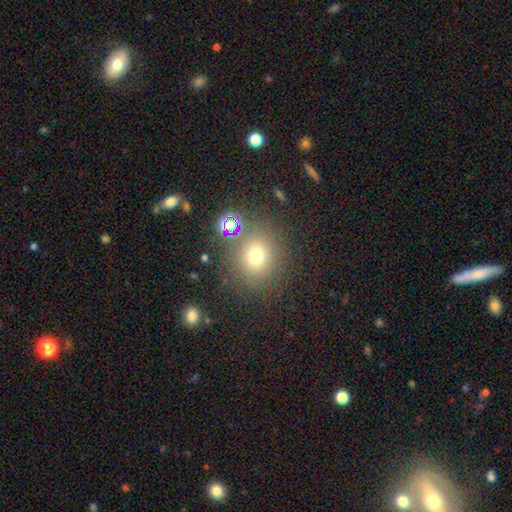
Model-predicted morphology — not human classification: Smooth or featured? Predicted: smooth (p=0.69). How rounded? Predicted: round (p=0.84). Merging? Predicted: none (p=0.81).